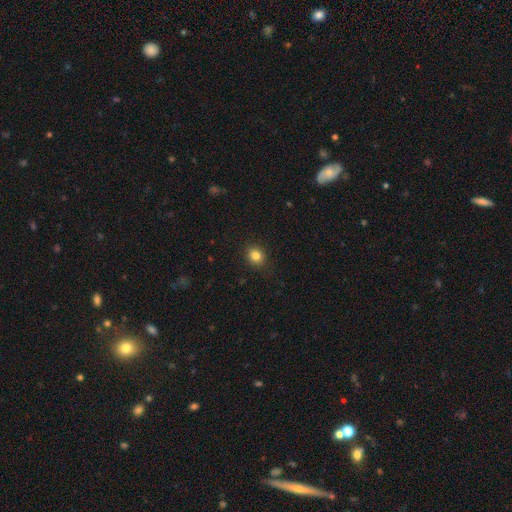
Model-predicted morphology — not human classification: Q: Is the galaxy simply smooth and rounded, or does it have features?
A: smooth — 83%.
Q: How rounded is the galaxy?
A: round — 72%.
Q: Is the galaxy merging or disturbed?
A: none — 90%.